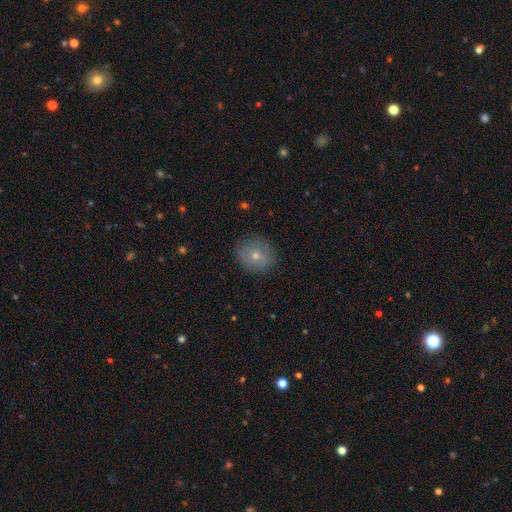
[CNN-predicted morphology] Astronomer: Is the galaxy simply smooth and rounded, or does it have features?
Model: smooth — 60%.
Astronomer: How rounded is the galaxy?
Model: round — 81%.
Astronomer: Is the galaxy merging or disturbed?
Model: none — 85%.